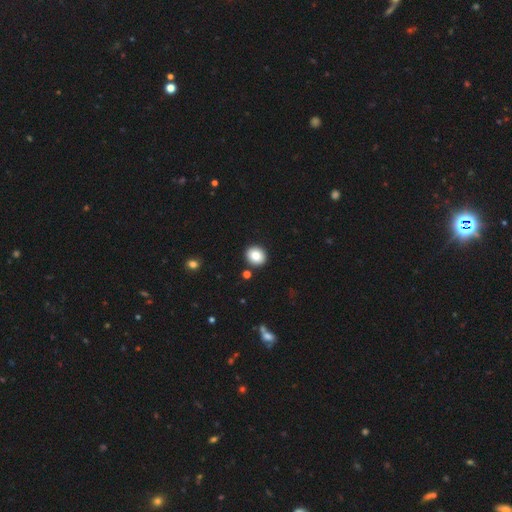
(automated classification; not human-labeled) Q: Smooth or featured?
A: smooth (85%); runner-up: star or artifact (9%)
Q: How rounded?
A: round (79%); runner-up: in between (20%)
Q: Merging?
A: none (90%); runner-up: minor disturbance (6%)